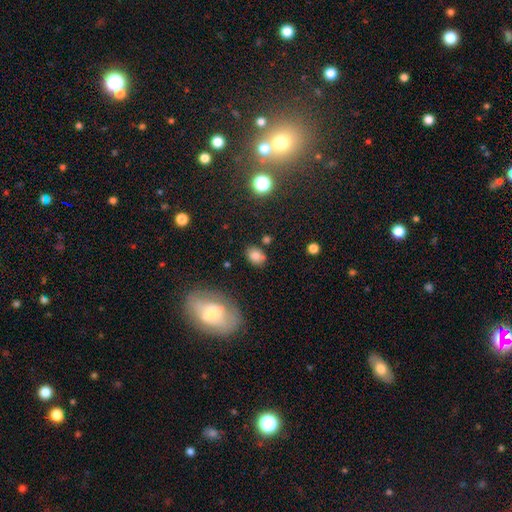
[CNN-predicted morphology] Smooth or featured? Predicted: smooth (p=0.79). How rounded? Predicted: in between (p=0.68). Merging? Predicted: none (p=0.78).